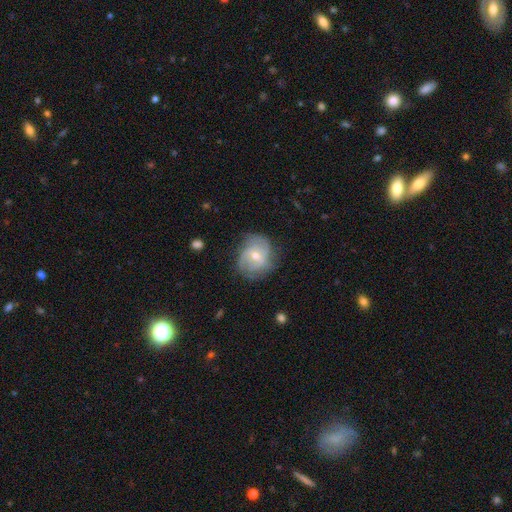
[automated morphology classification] A featured or disk galaxy (68%) with no bar (57%), tight (50%) spiral arms (86%) and a moderate central bulge (52%).

Vote fractions:
- Smooth or featured? featured or disk: 68% / smooth: 25% / star or artifact: 7%
- Edge-on disk? no: 97% / yes: 3%
- Bar? no: 57% / weak: 35% / strong: 8%
- Spiral arms? yes: 86% / no: 14%
- Spiral winding? tight: 50% / medium: 36% / loose: 14%
- Spiral arm count? can't tell: 33% / 2: 32% / 3: 21% / 4: 6% / 1: 5% / more than 4: 4%
- Bulge size? moderate: 52% / small: 45% / large: 2% / none: 1% / dominant: 1%
- Merging? none: 68% / minor disturbance: 22% / major disturbance: 8% / merger: 1%